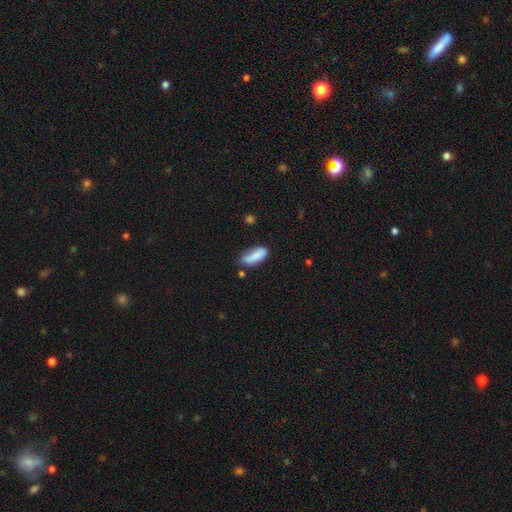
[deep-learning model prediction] smooth 82%, featured or disk 11%, star or artifact 7%. Down the decision tree: how rounded — in between (77%); merging — none (52%).